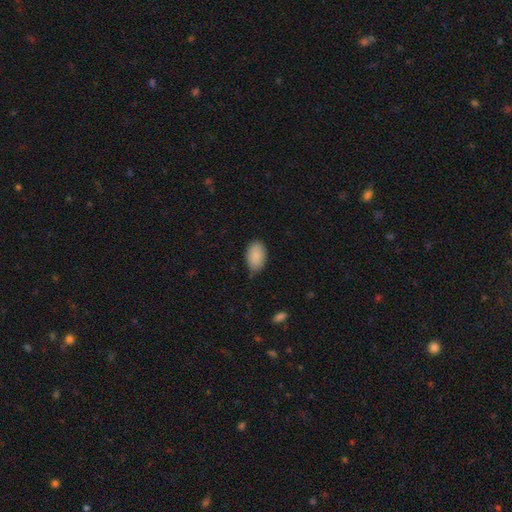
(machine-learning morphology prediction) This appears to be a smooth galaxy with no disk features (89%) that is in between round and cigar-shaped (92%). Merging: none (72%).